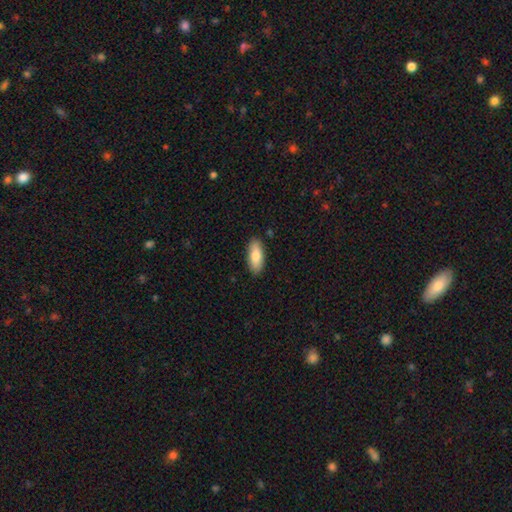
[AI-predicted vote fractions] This is clearly a smooth galaxy (80%). How rounded: clearly in between (80%). Merging: clearly none (87%).